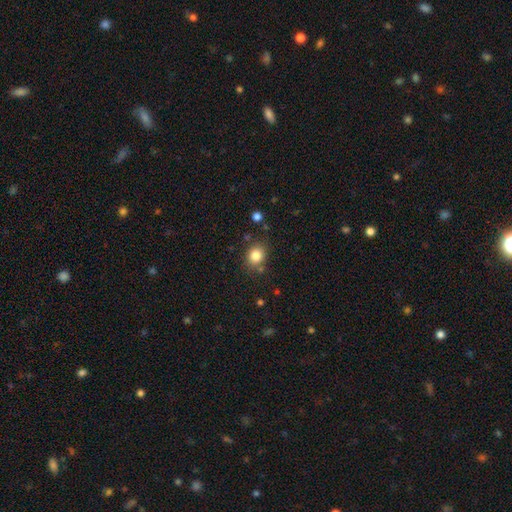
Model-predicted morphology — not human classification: smooth 83%, star or artifact 11%, featured or disk 6%. Down the decision tree: how rounded — round (70%); merging — none (78%).